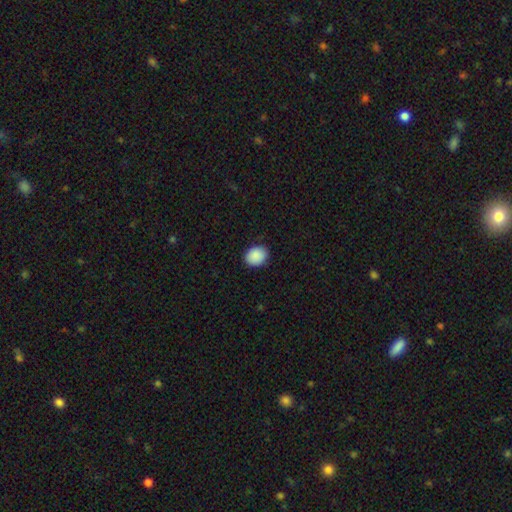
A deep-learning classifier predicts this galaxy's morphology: This appears to be a smooth galaxy with no disk features (90%) that is round (54%). Merging: none (87%).